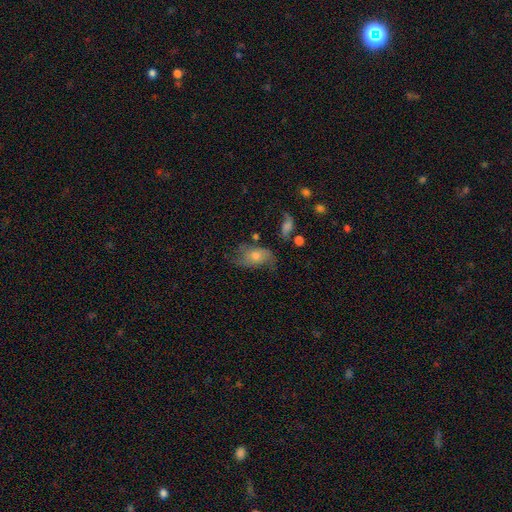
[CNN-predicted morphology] A featured or disk galaxy (51%). Merging: none (47%).